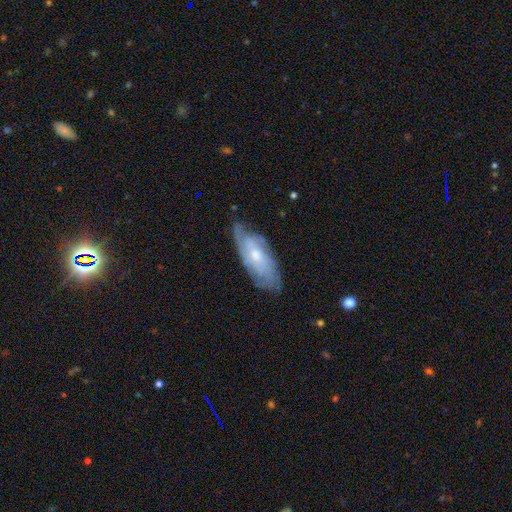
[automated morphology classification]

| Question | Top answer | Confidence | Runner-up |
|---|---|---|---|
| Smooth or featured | featured or disk | 70% | smooth (24%) |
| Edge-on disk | no | 87% | yes (13%) |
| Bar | no | 67% | weak (28%) |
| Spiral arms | yes | 89% | no (11%) |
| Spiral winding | tight | 57% | medium (32%) |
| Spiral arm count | can't tell | 50% | 2 (18%) |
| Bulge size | moderate | 50% | small (43%) |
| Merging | none | 69% | minor disturbance (23%) |